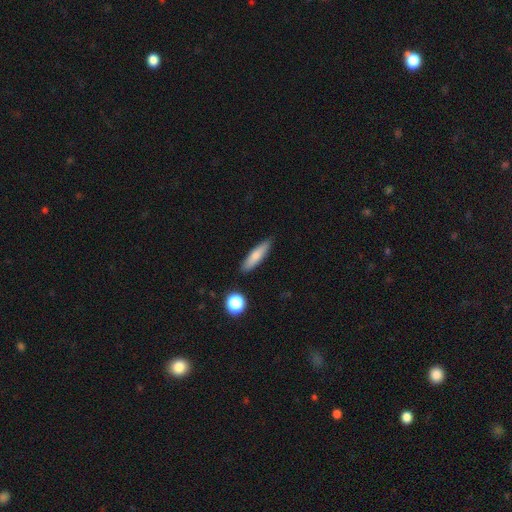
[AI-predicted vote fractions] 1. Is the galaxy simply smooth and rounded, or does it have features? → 76% smooth, 17% featured or disk, 7% star or artifact.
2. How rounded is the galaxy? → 74% cigar-shaped, 24% in between, 2% round.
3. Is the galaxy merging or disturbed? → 87% none, 9% minor disturbance, 2% major disturbance, 2% merger.